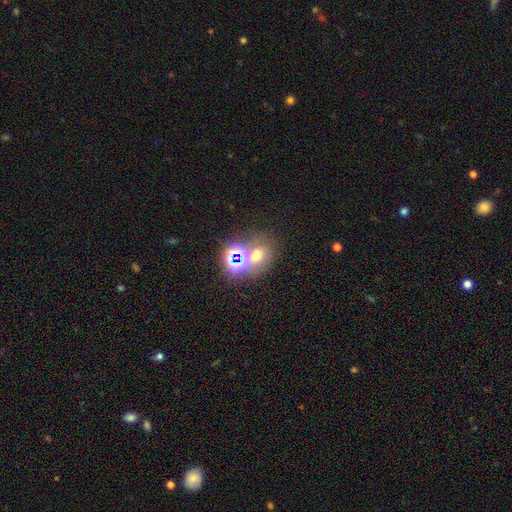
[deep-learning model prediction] Smooth or featured: smooth — 50% (star or artifact — 35%)
Merging: none — 50% (merger — 34%)